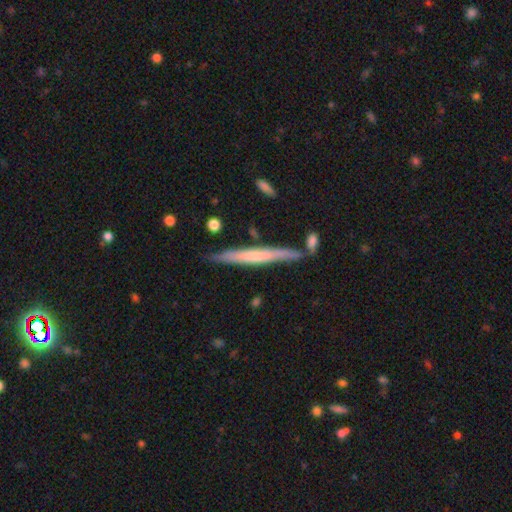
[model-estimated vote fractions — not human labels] Smooth or featured?
  - featured or disk: 47% * (tied)
  - smooth: 47% * (tied)
  - star or artifact: 6%
Merging?
  - none: 80% *
  - minor disturbance: 12%
  - merger: 5%
  - major disturbance: 2%